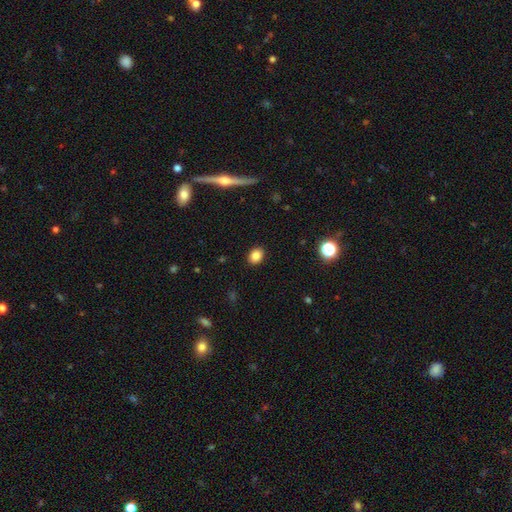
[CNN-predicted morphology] This is clearly a smooth galaxy (85%). How rounded: possibly in between (57%). Merging: clearly none (90%).